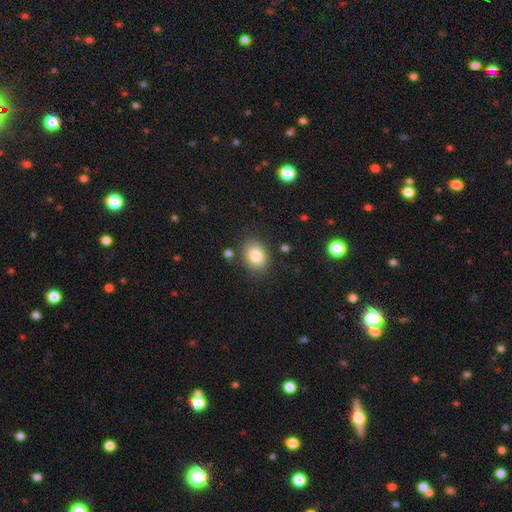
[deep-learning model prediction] A smooth galaxy with no disk features (83%) that is in between round and cigar-shaped (62%).

Vote fractions:
- Smooth or featured? smooth: 83% / star or artifact: 9% / featured or disk: 8%
- How rounded? in between: 62% / round: 37% / cigar-shaped: 1%
- Merging? none: 82% / minor disturbance: 12% / major disturbance: 3% / merger: 3%